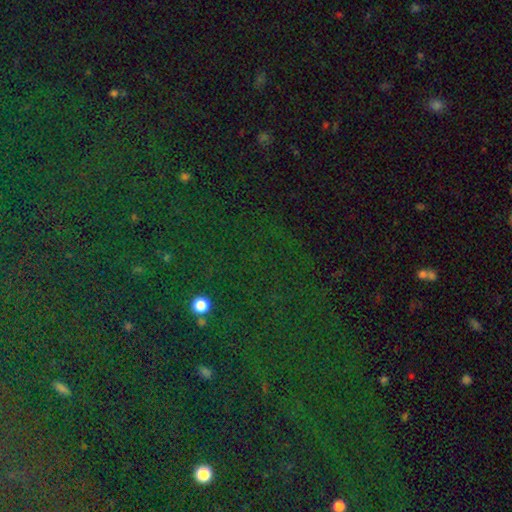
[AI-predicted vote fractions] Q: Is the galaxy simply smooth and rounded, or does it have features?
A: star or artifact — 81%.